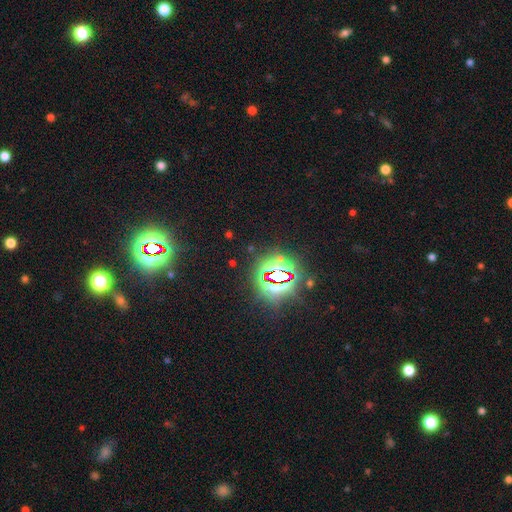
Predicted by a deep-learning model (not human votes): A star or artifact, not a galaxy (84%).